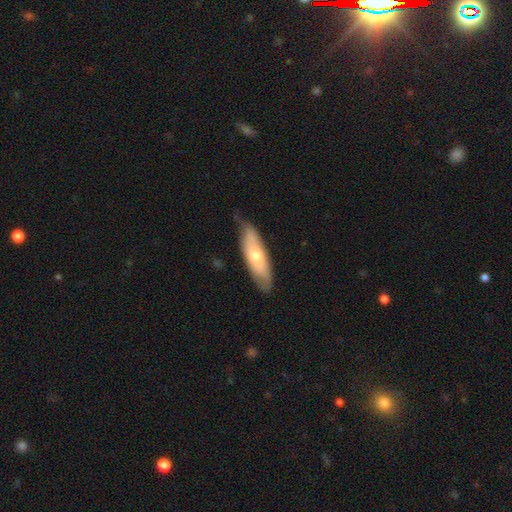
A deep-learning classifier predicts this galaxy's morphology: Smooth or featured? Predicted: smooth (p=0.47). Merging? Predicted: none (p=0.76).